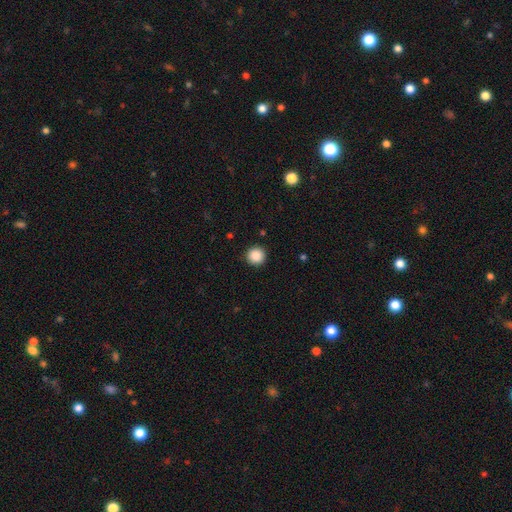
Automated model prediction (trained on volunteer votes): Smooth or featured? Predicted: smooth (p=0.88). How rounded? Predicted: round (p=0.95). Merging? Predicted: none (p=0.92).